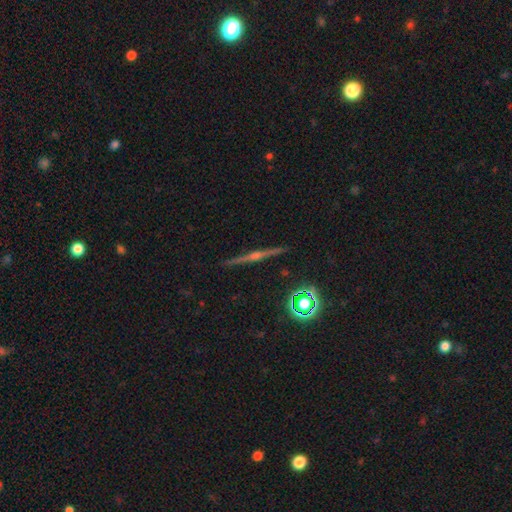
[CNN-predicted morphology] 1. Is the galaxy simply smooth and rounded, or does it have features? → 79% featured or disk, 11% star or artifact, 10% smooth.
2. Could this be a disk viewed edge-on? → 98% yes, 2% no.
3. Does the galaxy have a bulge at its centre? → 85% rounded, 7% boxy, 7% none.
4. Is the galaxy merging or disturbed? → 92% none, 5% minor disturbance, 1% major disturbance, 1% merger.